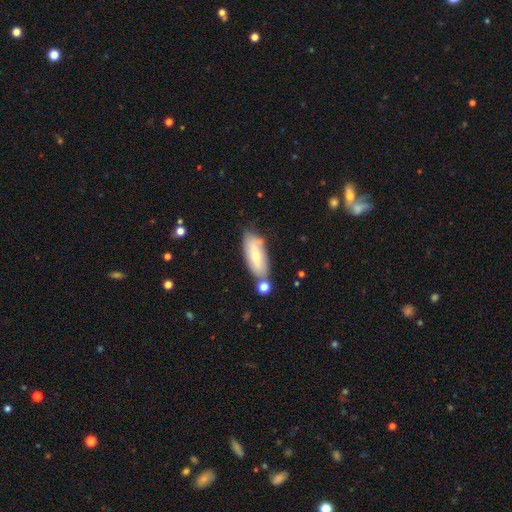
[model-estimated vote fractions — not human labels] The model was most divided on "smooth or featured": smooth: 62%, featured or disk: 32%, star or artifact: 7%. More confident: how rounded — in between (75%); merging — none (64%).